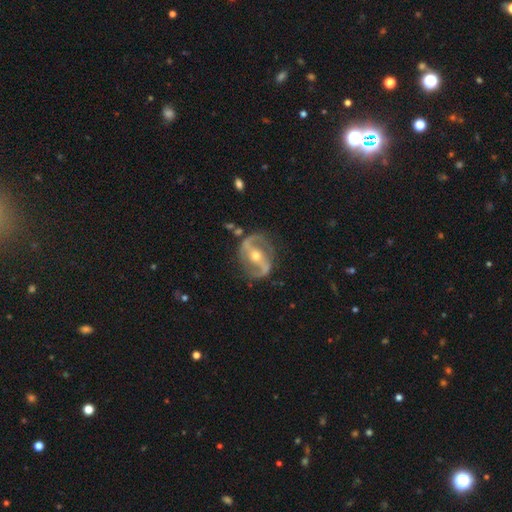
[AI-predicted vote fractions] Q: Smooth or featured?
A: featured or disk (89%); runner-up: smooth (7%)
Q: Edge-on disk?
A: no (96%); runner-up: yes (4%)
Q: Bar?
A: strong (54%); runner-up: weak (28%)
Q: Spiral arms?
A: yes (92%); runner-up: no (8%)
Q: Spiral winding?
A: medium (49%); runner-up: loose (31%)
Q: Spiral arm count?
A: 2 (91%); runner-up: can't tell (4%)
Q: Bulge size?
A: moderate (65%); runner-up: small (30%)
Q: Merging?
A: none (77%); runner-up: minor disturbance (15%)